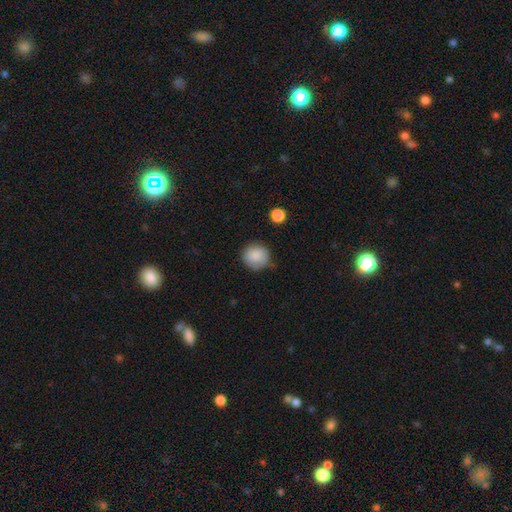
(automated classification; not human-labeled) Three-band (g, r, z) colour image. It shows a smooth galaxy with no disk features (86%) that is round (92%). Merging: none (77%).